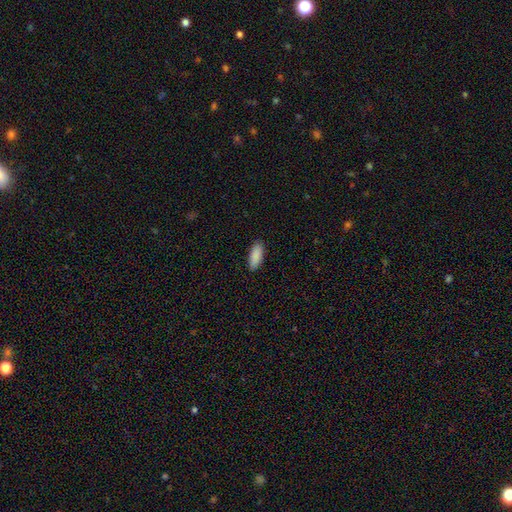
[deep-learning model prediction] smooth-or-featured: smooth: 90% | star or artifact: 6% | featured or disk: 4%
  how-rounded: in between: 75% | cigar-shaped: 23% | round: 2%
  merging: none: 89% | minor disturbance: 8% | major disturbance: 2% | merger: 1%